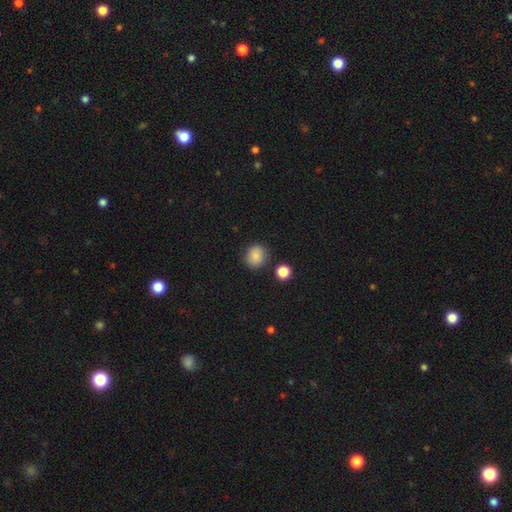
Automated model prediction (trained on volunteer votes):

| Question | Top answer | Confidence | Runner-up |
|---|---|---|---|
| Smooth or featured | smooth | 85% | star or artifact (10%) |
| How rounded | round | 82% | in between (17%) |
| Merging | none | 85% | minor disturbance (9%) |